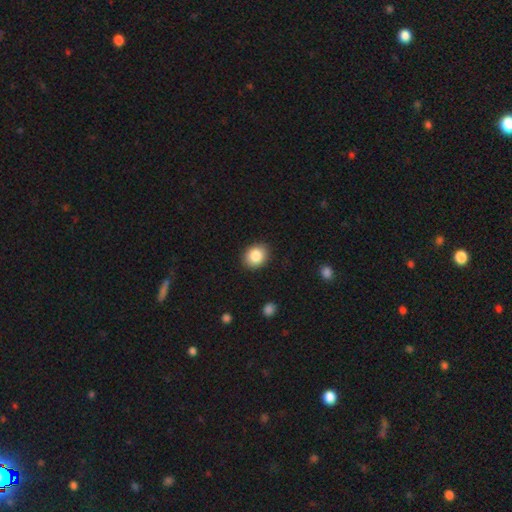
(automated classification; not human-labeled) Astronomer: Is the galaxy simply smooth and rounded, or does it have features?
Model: smooth — 85%.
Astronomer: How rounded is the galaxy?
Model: round — 51% (runner-up: in between, 48%).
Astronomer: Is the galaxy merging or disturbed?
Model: none — 90%.